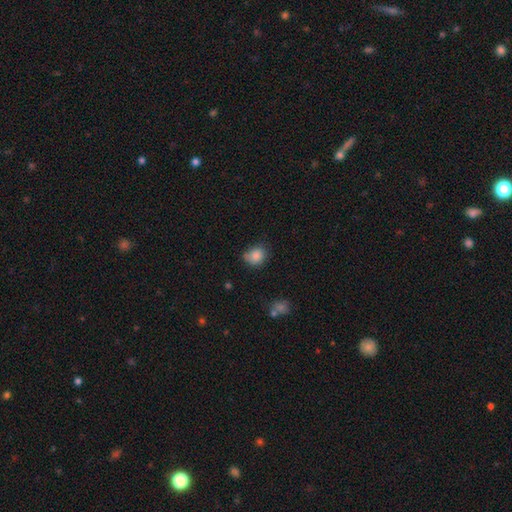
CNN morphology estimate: smooth 84%, star or artifact 10%, featured or disk 6%. Down the decision tree: how rounded — round (64%); merging — none (58%).